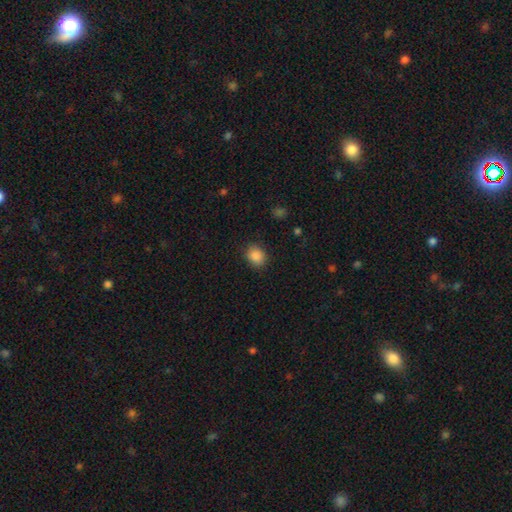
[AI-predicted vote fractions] Overall: smooth (87%). How rounded: round (59%; in between 40%). Merging: none (86%).